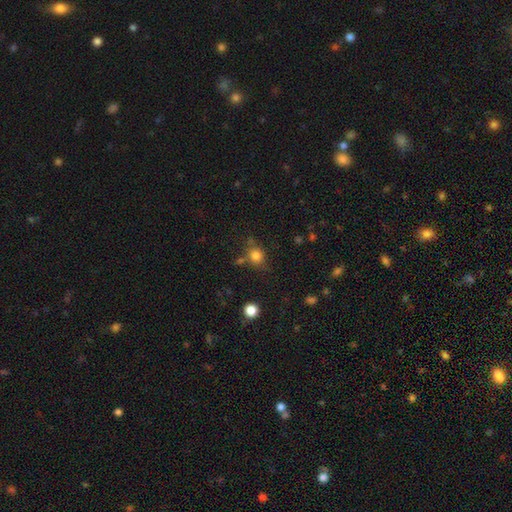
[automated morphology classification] Smooth or featured? smooth (81%)
How rounded? round (79%)
Merging? none (68%)